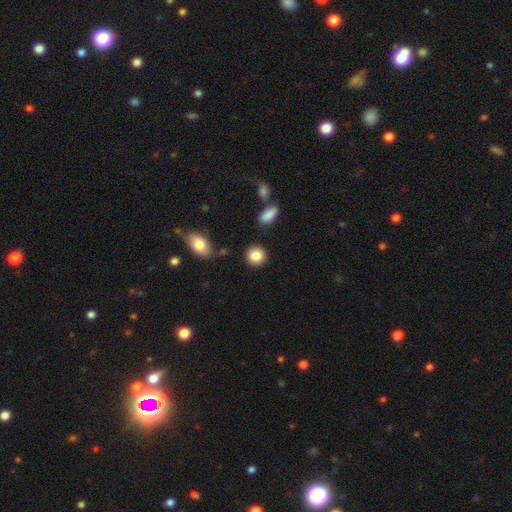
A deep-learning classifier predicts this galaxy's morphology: Q: Smooth or featured?
A: smooth (87%); runner-up: star or artifact (8%)
Q: How rounded?
A: round (87%); runner-up: in between (12%)
Q: Merging?
A: none (87%); runner-up: minor disturbance (8%)